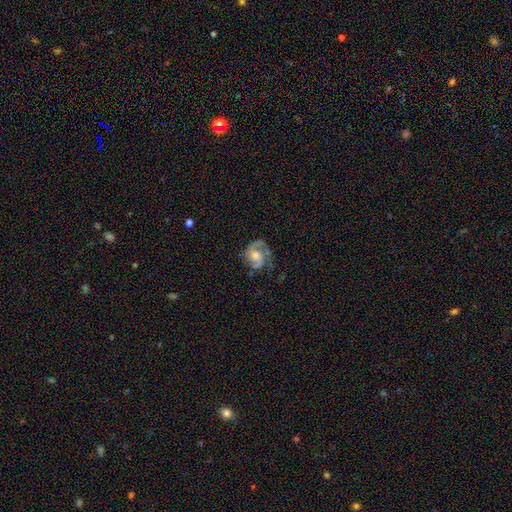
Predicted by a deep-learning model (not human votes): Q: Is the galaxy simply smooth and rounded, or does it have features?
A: featured or disk — 83%.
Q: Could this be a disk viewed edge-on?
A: no — 98%.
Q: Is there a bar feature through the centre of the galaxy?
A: no — 64%.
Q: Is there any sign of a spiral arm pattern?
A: yes — 96%.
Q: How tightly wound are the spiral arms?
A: medium — 49%.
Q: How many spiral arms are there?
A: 2 — 76%.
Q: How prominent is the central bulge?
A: moderate — 57%.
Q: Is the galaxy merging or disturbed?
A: none — 62%.